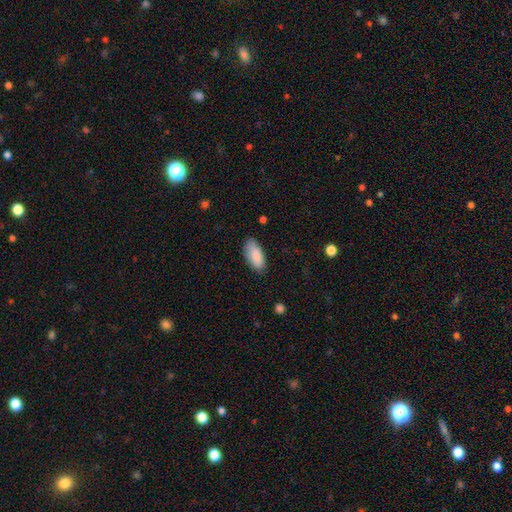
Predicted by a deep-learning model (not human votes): smooth 87%, featured or disk 7%, star or artifact 6%. Down the decision tree: how rounded — in between (91%); merging — none (80%).